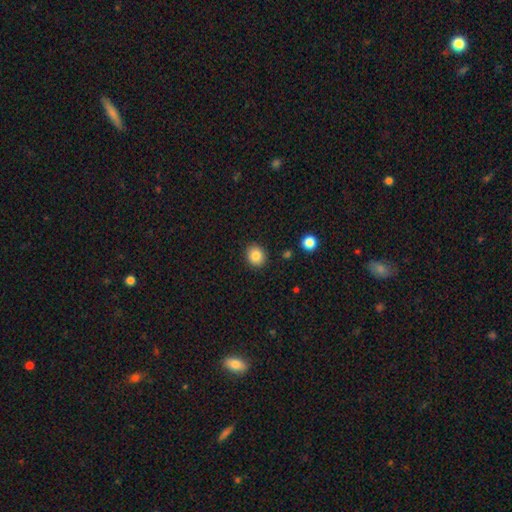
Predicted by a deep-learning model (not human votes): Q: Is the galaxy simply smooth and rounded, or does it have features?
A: smooth — 85%.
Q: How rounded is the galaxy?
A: round — 71%.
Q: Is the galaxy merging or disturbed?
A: none — 89%.